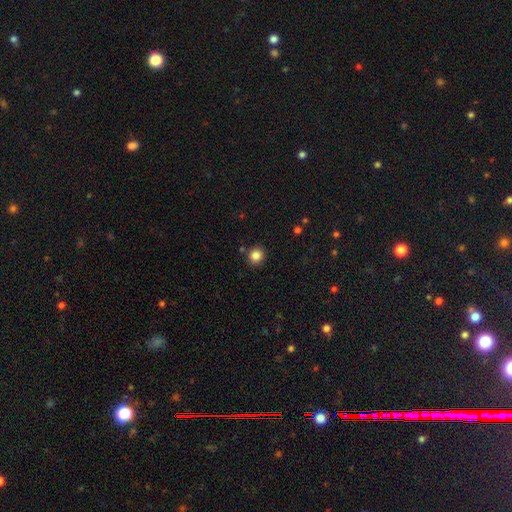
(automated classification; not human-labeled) A smooth galaxy with no disk features (84%) that is round (87%).

Vote fractions:
- Smooth or featured? smooth: 84% / star or artifact: 11% / featured or disk: 5%
- How rounded? round: 87% / in between: 12% / cigar-shaped: 1%
- Merging? none: 88% / minor disturbance: 7% / merger: 3% / major disturbance: 2%